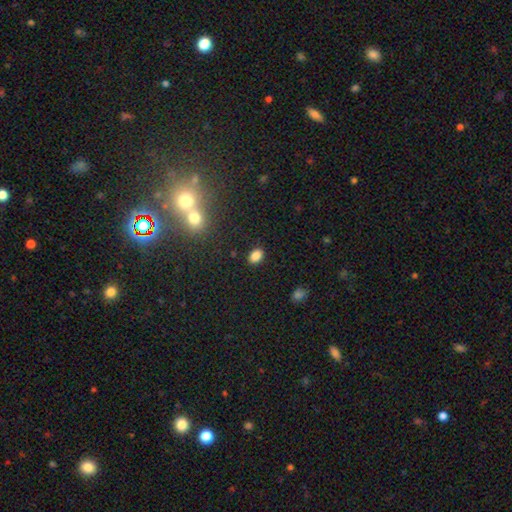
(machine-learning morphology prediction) Smooth or featured?
  - smooth: 84% *
  - star or artifact: 11%
  - featured or disk: 5%
How rounded?
  - in between: 75% *
  - round: 24%
  - cigar-shaped: 1%
Merging?
  - none: 87% *
  - minor disturbance: 9%
  - major disturbance: 3%
  - merger: 2%